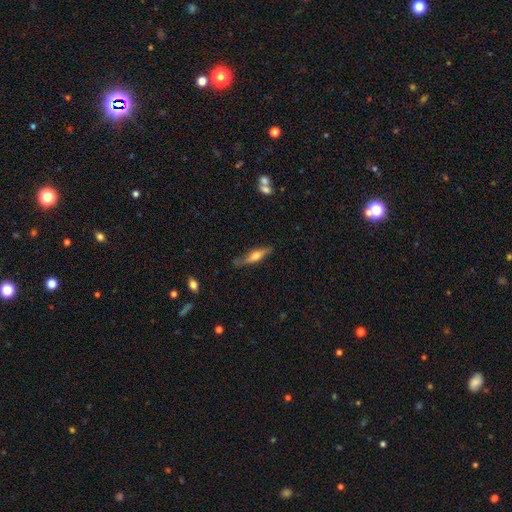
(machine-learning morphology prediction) Q: Smooth or featured?
A: featured or disk (52%); runner-up: smooth (41%)
Q: Edge-on disk?
A: yes (88%); runner-up: no (12%)
Q: Merging?
A: none (72%); runner-up: minor disturbance (21%)